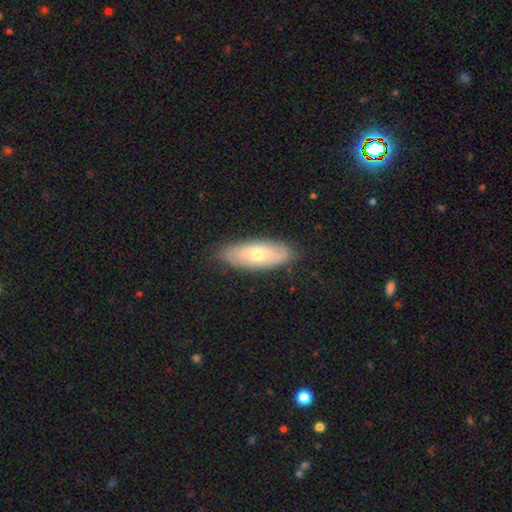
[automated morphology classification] type=smooth (58%); roundness=in between (72%); merging=none (86%).